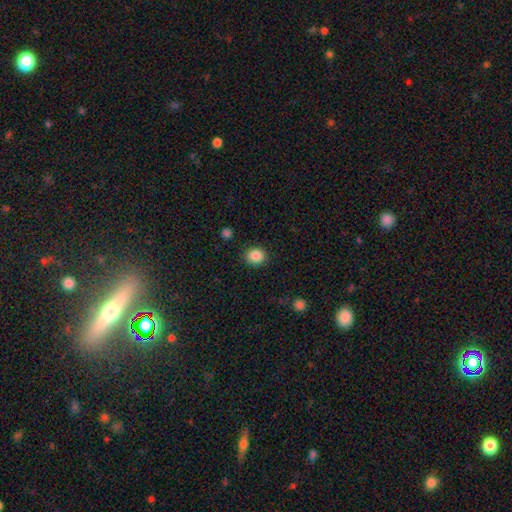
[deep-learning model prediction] Smooth or featured? smooth (87%)
How rounded? round (79%)
Merging? none (90%)